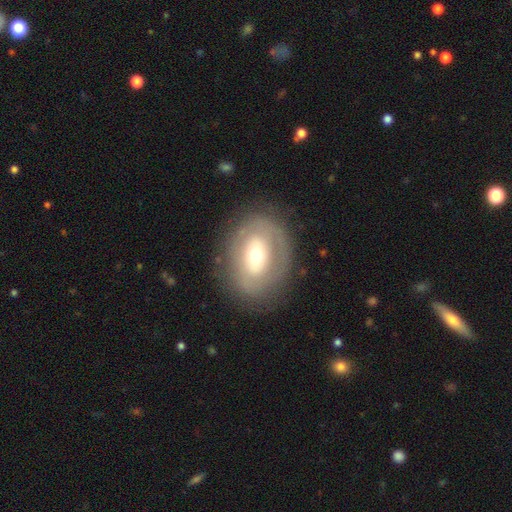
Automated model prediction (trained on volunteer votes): The model was most divided on "smooth or featured": featured or disk: 54%, smooth: 38%, star or artifact: 7%. More confident: edge-on disk — no (93%); merging — none (76%); spiral arms — no (69%); bar — no (56%); bulge size — moderate (54%).